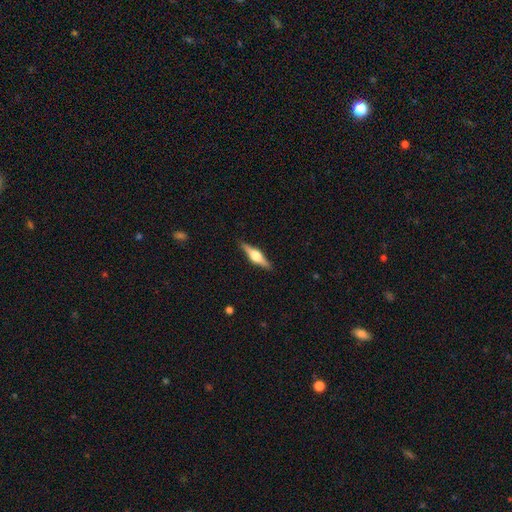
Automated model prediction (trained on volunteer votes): Smooth or featured: featured or disk — 73% (smooth — 21%)
Edge-on disk: yes — 98% (no — 2%)
Edge-on bulge: rounded — 93% (boxy — 5%)
Merging: none — 89% (minor disturbance — 8%)